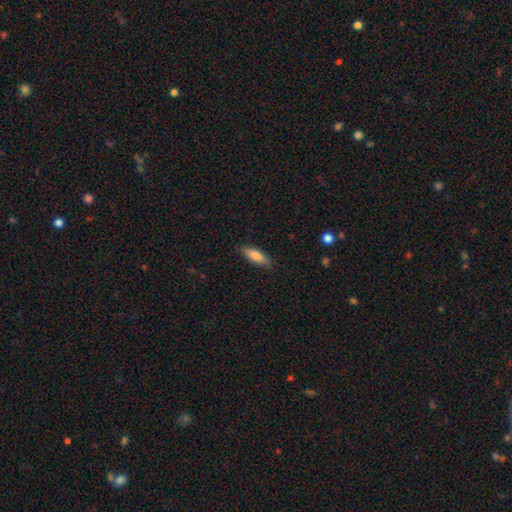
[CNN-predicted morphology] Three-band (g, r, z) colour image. It shows a smooth galaxy with no disk features (81%) that is in between round and cigar-shaped (52%). Merging: none (87%).